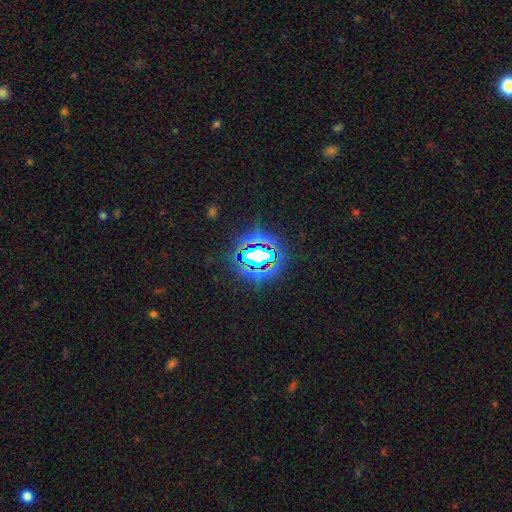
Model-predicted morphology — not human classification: Smooth or featured: star or artifact — 71% (smooth — 16%)